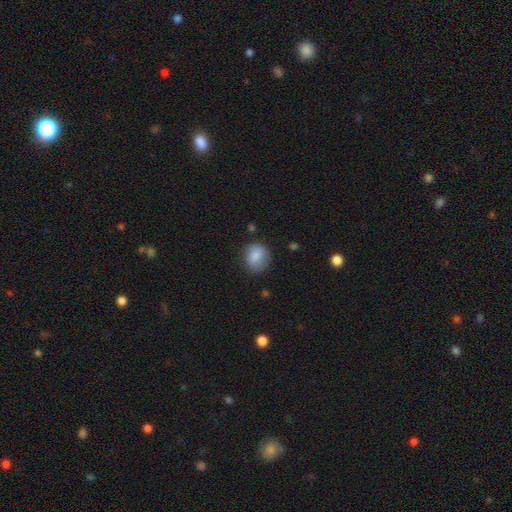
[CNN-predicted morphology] Smooth or featured? Predicted: smooth (p=0.84). How rounded? Predicted: round (p=0.67). Merging? Predicted: none (p=0.74).